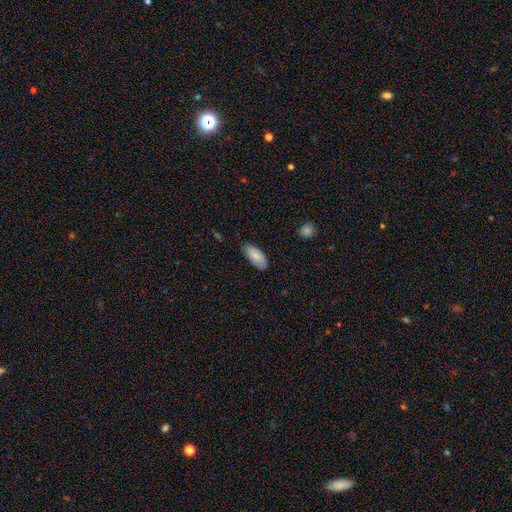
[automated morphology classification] Smooth or featured? smooth (80%)
How rounded? in between (91%)
Merging? none (75%)